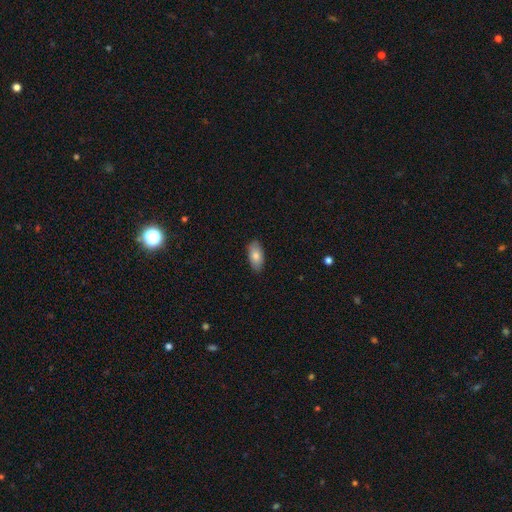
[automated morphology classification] Smooth or featured: smooth — 81% (featured or disk — 13%)
How rounded: in between — 92% (cigar-shaped — 6%)
Merging: none — 87% (minor disturbance — 10%)